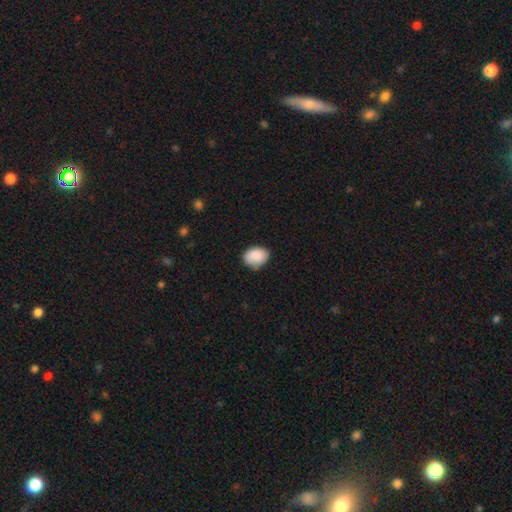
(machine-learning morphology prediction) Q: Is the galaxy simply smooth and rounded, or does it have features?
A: smooth — 88%.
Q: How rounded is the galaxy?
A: in between — 71%.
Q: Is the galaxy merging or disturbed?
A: none — 77%.